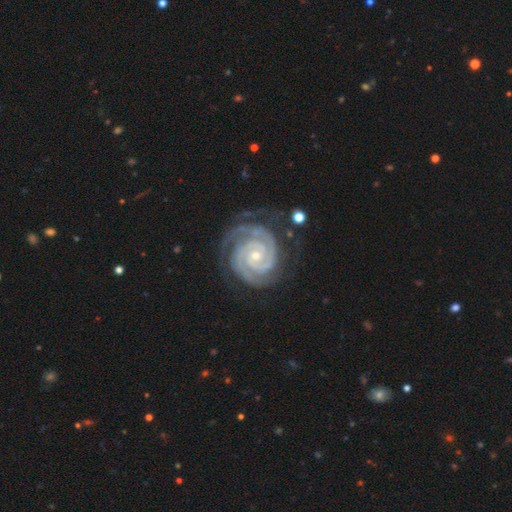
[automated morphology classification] A featured or disk galaxy (94%) with no bar (65%), 2 (62%) tight (84%) spiral arms (99%) and a small central bulge (64%).

Vote fractions:
- Smooth or featured? featured or disk: 94% / star or artifact: 4% / smooth: 2%
- Edge-on disk? no: 98% / yes: 2%
- Bar? no: 65% / weak: 24% / strong: 11%
- Spiral arms? yes: 99% / no: 1%
- Spiral winding? tight: 84% / medium: 15% / loose: 2%
- Spiral arm count? 2: 62% / 3: 22% / can't tell: 5% / 4: 5% / more than 4: 3% / 1: 3%
- Bulge size? small: 64% / moderate: 33% / none: 1% / large: 1% / dominant: 1%
- Merging? none: 71% / minor disturbance: 19% / major disturbance: 8% / merger: 2%